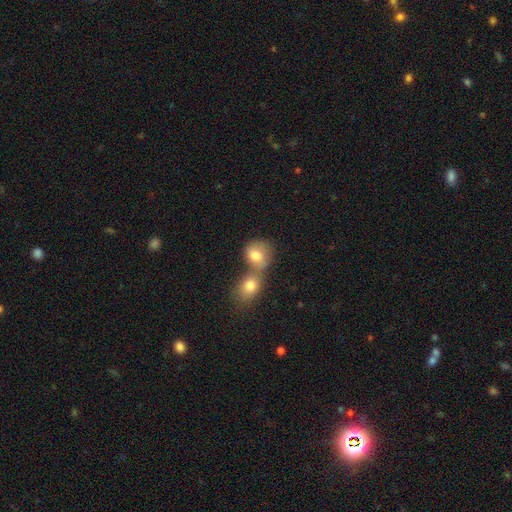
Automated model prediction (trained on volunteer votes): Smooth or featured: smooth — 78% (featured or disk — 13%)
How rounded: round — 68% (in between — 31%)
Merging: merger — 62% (none — 27%)